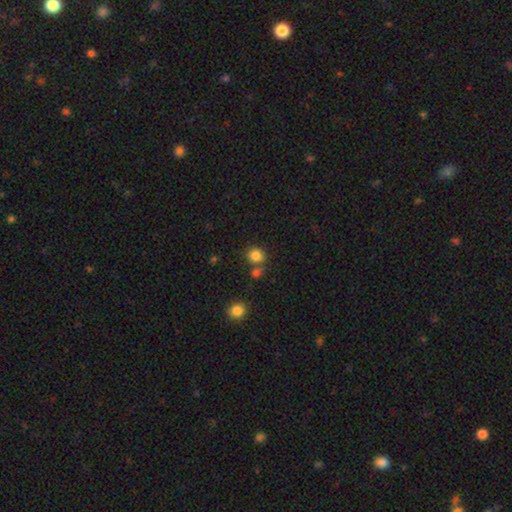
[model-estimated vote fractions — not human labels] Q: Smooth or featured?
A: smooth (84%); runner-up: star or artifact (11%)
Q: How rounded?
A: round (84%); runner-up: in between (15%)
Q: Merging?
A: none (70%); runner-up: merger (18%)